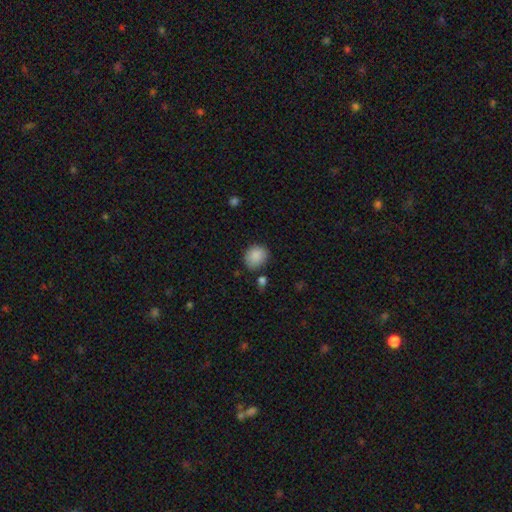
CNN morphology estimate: Smooth or featured? Predicted: smooth (p=0.88). How rounded? Predicted: round (p=0.59). Merging? Predicted: none (p=0.77).